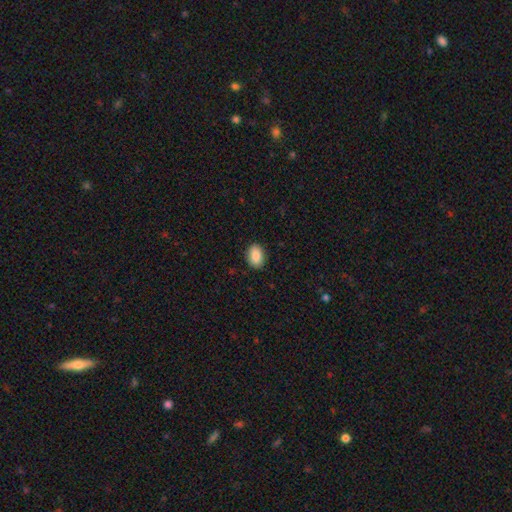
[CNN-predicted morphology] type=smooth (89%); roundness=in between (84%); merging=none (89%).